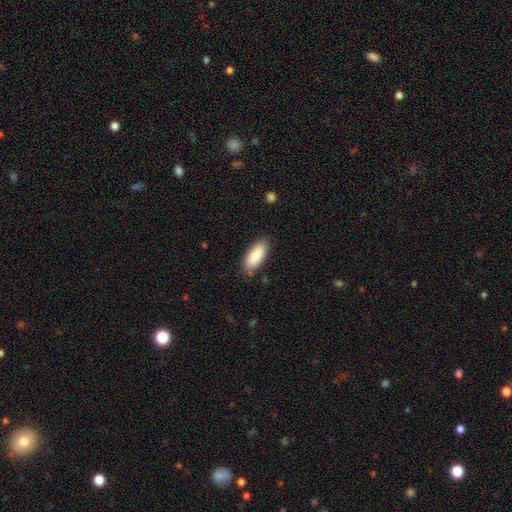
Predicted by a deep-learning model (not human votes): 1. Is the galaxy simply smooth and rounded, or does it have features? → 89% smooth, 6% star or artifact, 5% featured or disk.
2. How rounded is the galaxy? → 80% in between, 18% cigar-shaped, 2% round.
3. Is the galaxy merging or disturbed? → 82% none, 13% minor disturbance, 3% major disturbance, 2% merger.